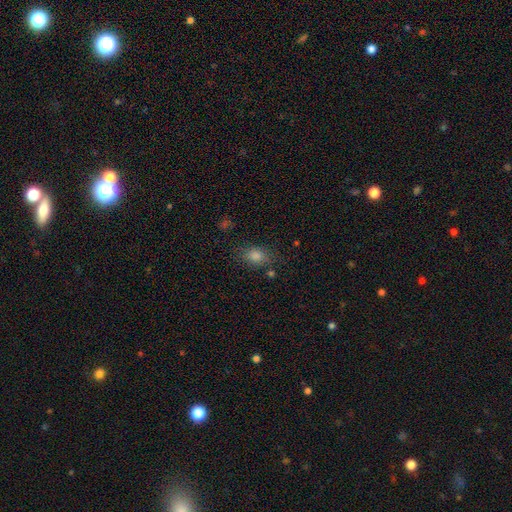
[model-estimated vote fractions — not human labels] Overall: smooth (76%). How rounded: in between (67%; round 30%). Merging: none (76%).